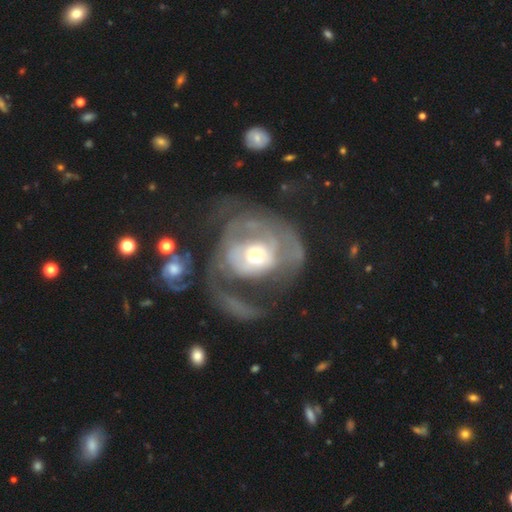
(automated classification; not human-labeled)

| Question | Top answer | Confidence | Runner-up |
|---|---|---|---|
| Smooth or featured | featured or disk | 74% | smooth (19%) |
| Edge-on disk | no | 97% | yes (3%) |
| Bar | no | 69% | weak (25%) |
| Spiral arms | yes | 66% | no (34%) |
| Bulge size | moderate | 58% | large (22%) |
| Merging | major disturbance | 56% | none (19%) |